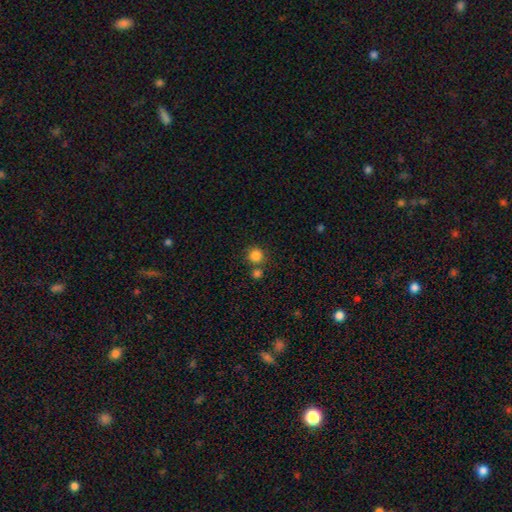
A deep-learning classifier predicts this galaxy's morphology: The model was most divided on "merging": none: 71%, merger: 18%, minor disturbance: 8%, major disturbance: 3%. More confident: how rounded — round (93%); smooth or featured — smooth (84%).